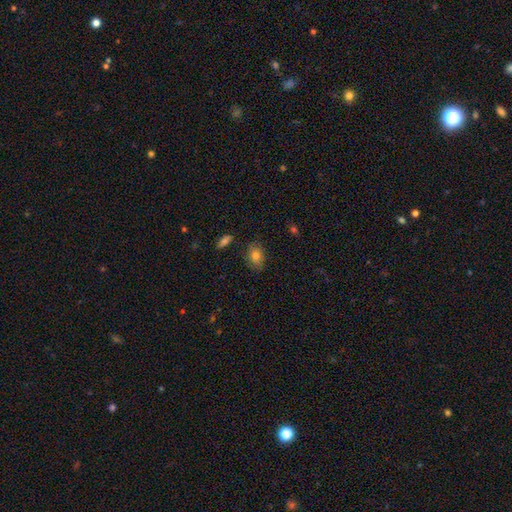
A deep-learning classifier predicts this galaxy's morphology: smooth_or_featured: smooth (p=0.80) [alt: featured or disk p=0.10]
how_rounded: in between (p=0.73) [alt: round p=0.26]
merging: none (p=0.79) [alt: minor disturbance p=0.15]